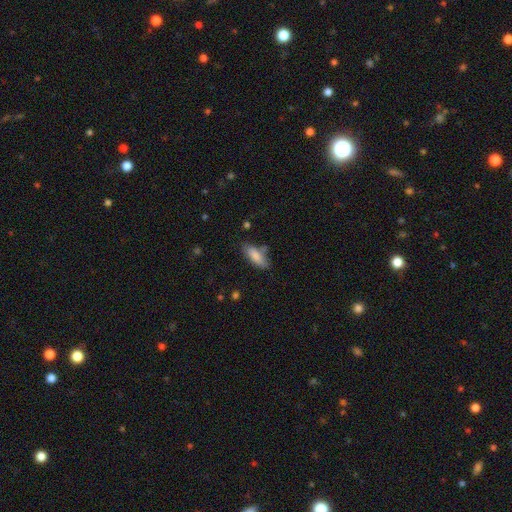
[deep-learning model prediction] Smooth or featured? Predicted: smooth (p=0.82). How rounded? Predicted: in between (p=0.66). Merging? Predicted: none (p=0.71).